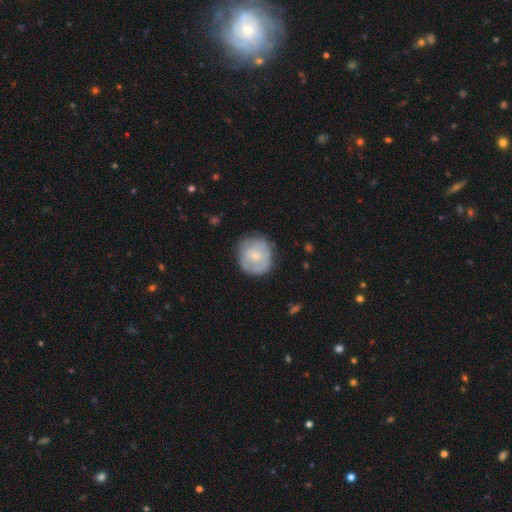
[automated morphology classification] This appears to be a smooth galaxy with no disk features (50%) that is round (88%). Merging: none (73%).